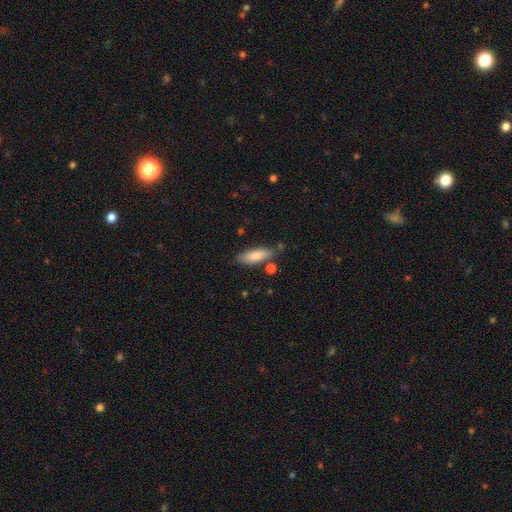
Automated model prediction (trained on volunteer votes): Smooth or featured: smooth — 81% (featured or disk — 13%)
How rounded: in between — 59% (cigar-shaped — 39%)
Merging: none — 76% (minor disturbance — 15%)